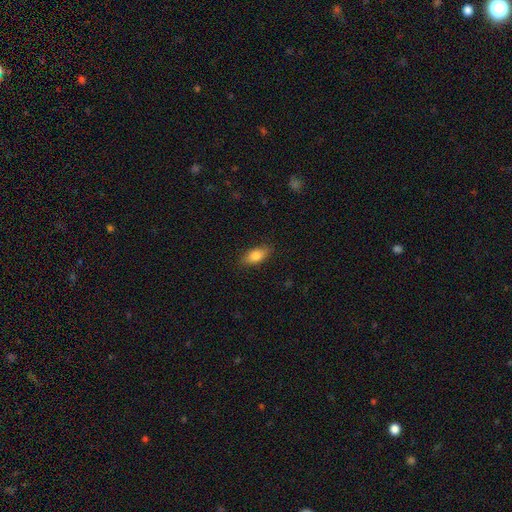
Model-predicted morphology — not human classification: The model was most divided on "smooth or featured": smooth: 82%, featured or disk: 11%, star or artifact: 7%. More confident: how rounded — in between (86%); merging — none (86%).